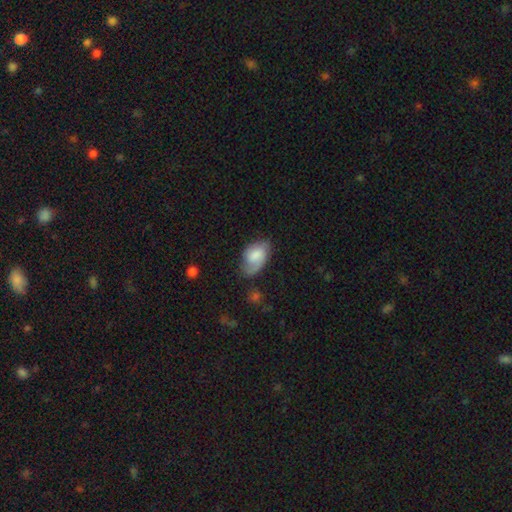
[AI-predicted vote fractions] Smooth or featured?
  - smooth: 54% *
  - featured or disk: 39%
  - star or artifact: 7%
How rounded?
  - in between: 90% *
  - round: 8%
  - cigar-shaped: 2%
Merging?
  - none: 52% *
  - minor disturbance: 31%
  - major disturbance: 14%
  - merger: 3%